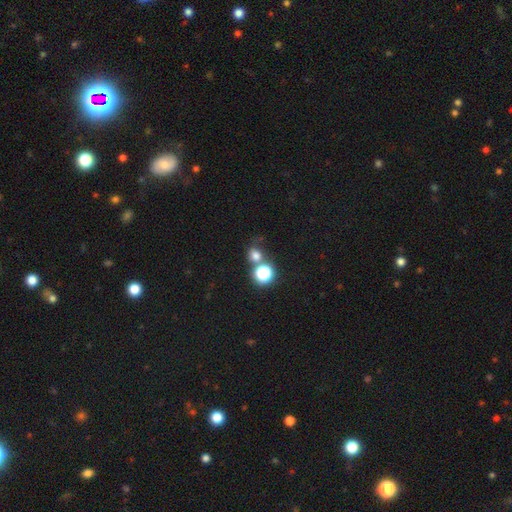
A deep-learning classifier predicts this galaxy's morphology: Q: Smooth or featured?
A: smooth (68%); runner-up: star or artifact (23%)
Q: How rounded?
A: round (75%); runner-up: in between (24%)
Q: Merging?
A: none (52%); runner-up: merger (30%)